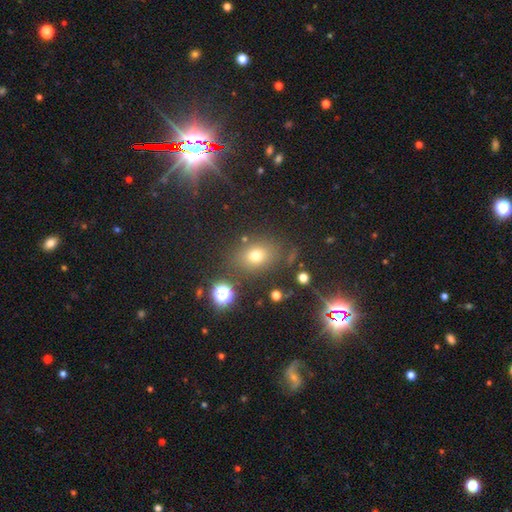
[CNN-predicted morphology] Smooth or featured?
  - smooth: 70% *
  - star or artifact: 19%
  - featured or disk: 11%
How rounded?
  - in between: 55% *
  - round: 43%
  - cigar-shaped: 2%
Merging?
  - none: 78% *
  - minor disturbance: 12%
  - major disturbance: 5%
  - merger: 4%